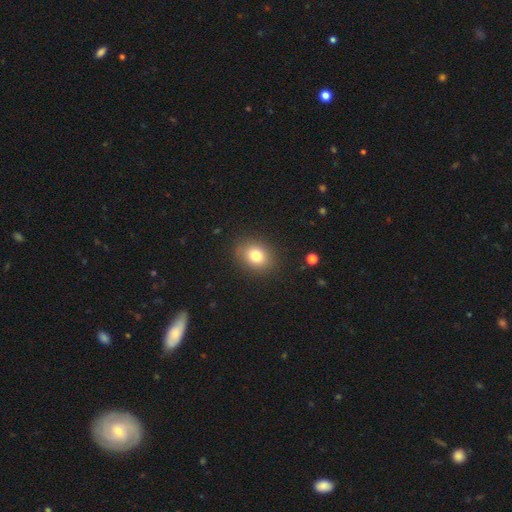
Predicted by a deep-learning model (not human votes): This appears to be a smooth galaxy with no disk features (79%) that is round (54%). Merging: none (88%).